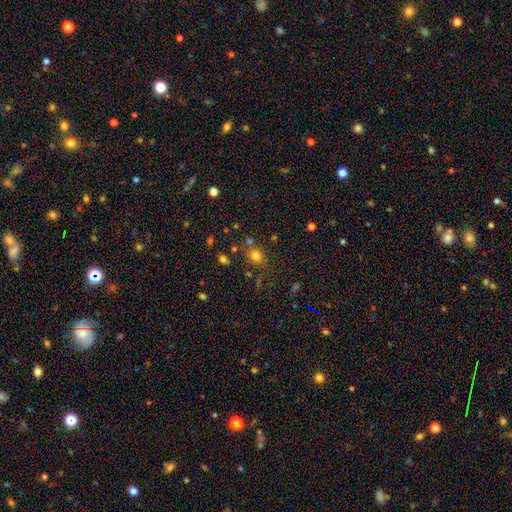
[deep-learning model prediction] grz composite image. It shows a smooth galaxy with no disk features (74%) that is round (74%). Merging: none (72%).